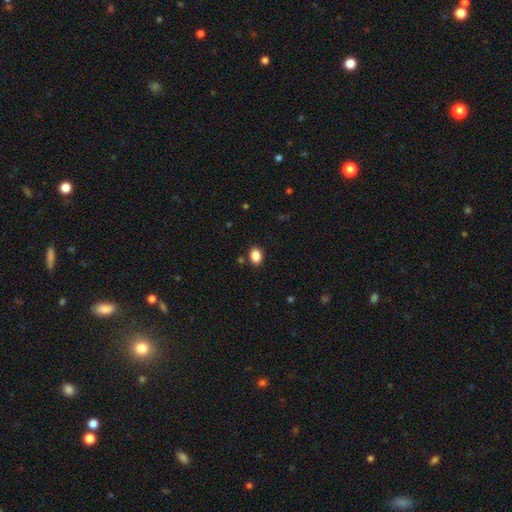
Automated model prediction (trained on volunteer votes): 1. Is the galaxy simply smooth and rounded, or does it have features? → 87% smooth, 9% star or artifact, 3% featured or disk.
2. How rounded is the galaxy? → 67% in between, 32% round, 1% cigar-shaped.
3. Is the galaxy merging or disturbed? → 87% none, 9% minor disturbance, 2% merger, 2% major disturbance.